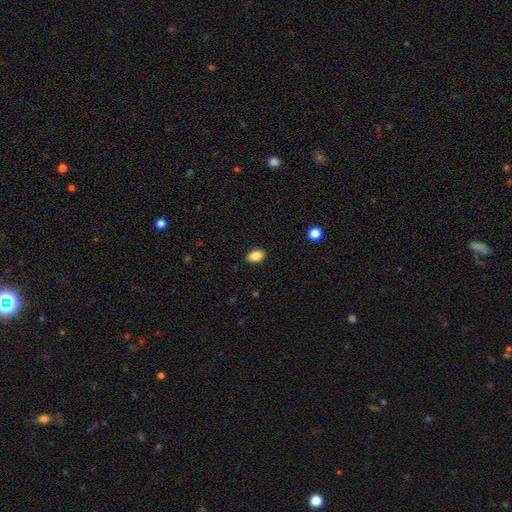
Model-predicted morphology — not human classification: Q: Smooth or featured?
A: smooth (86%); runner-up: star or artifact (8%)
Q: How rounded?
A: in between (88%); runner-up: round (11%)
Q: Merging?
A: none (90%); runner-up: minor disturbance (8%)